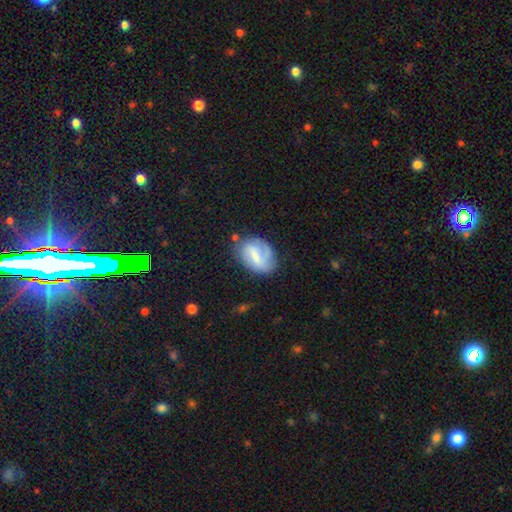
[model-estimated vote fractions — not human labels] Smooth or featured? featured or disk (52%)
Edge-on disk? no (96%)
Merging? none (60%)